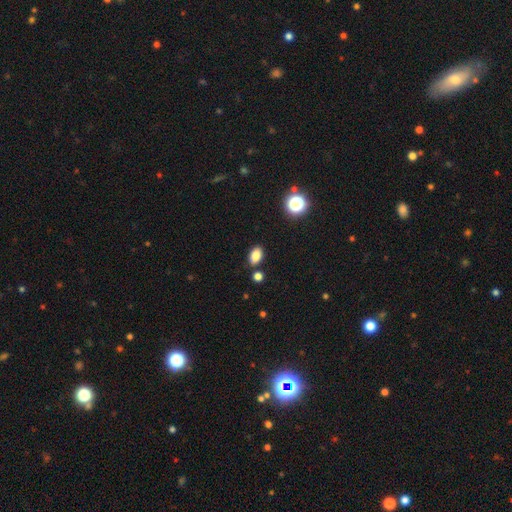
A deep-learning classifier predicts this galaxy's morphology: Smooth or featured? Predicted: smooth (p=0.83). How rounded? Predicted: in between (p=0.87). Merging? Predicted: none (p=0.82).